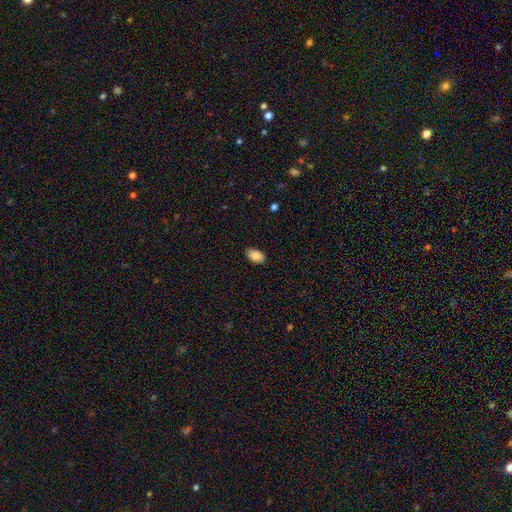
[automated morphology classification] type=smooth (85%); roundness=in between (92%); merging=none (88%).